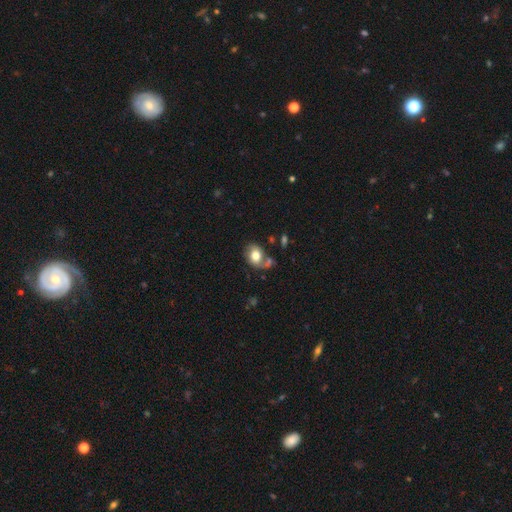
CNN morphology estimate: type=smooth (71%); roundness=in between (59%); merging=none (45%).